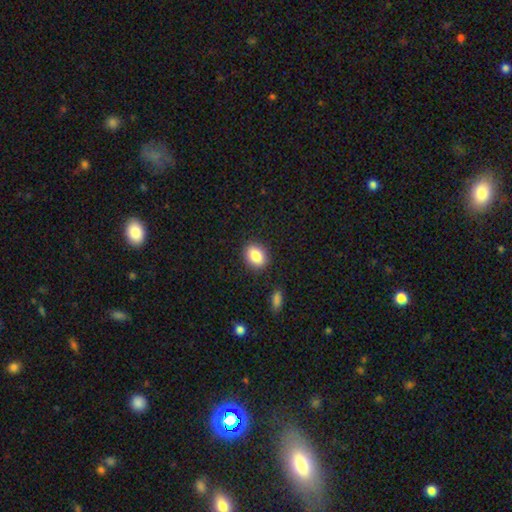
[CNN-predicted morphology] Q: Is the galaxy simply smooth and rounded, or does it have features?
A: smooth — 85%.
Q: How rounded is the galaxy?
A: in between — 65%.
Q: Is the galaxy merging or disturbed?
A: none — 87%.